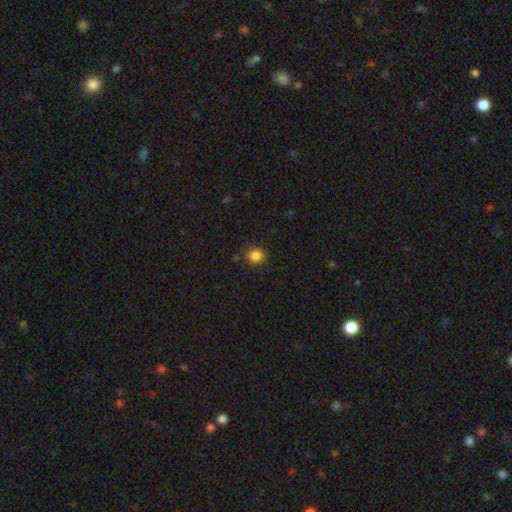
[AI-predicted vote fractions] A smooth galaxy with no disk features (85%) that is round (77%).

Vote fractions:
- Smooth or featured? smooth: 85% / star or artifact: 11% / featured or disk: 4%
- How rounded? round: 77% / in between: 22% / cigar-shaped: 1%
- Merging? none: 84% / minor disturbance: 11% / major disturbance: 3% / merger: 2%